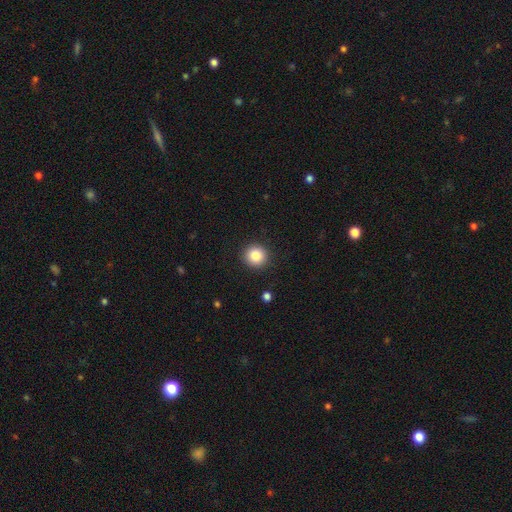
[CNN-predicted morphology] A smooth galaxy with no disk features (86%) that is round (94%). Merging: none (92%).